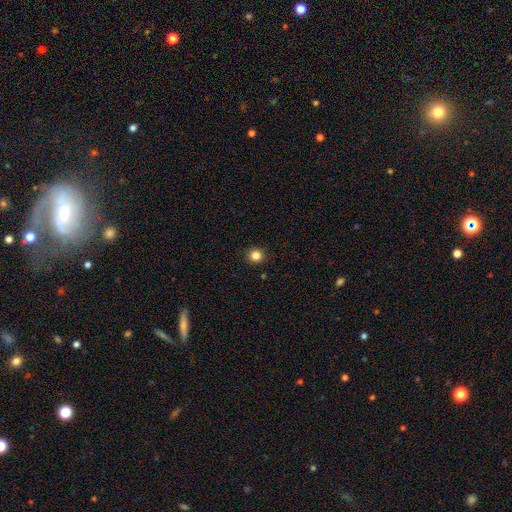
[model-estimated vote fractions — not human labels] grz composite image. It shows a smooth galaxy with no disk features (83%) that is round (91%). Merging: none (92%).